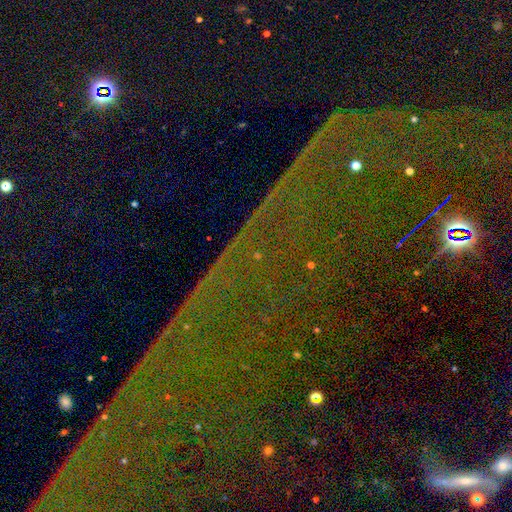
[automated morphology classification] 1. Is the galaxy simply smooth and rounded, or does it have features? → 81% star or artifact, 10% featured or disk, 8% smooth.